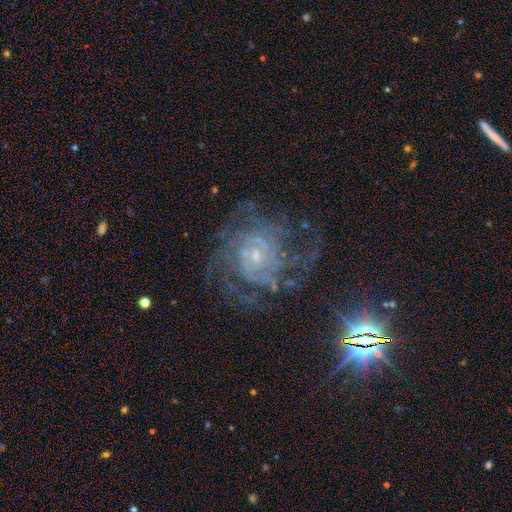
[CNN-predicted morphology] Smooth or featured? featured or disk (81%)
Edge-on disk? no (97%)
Bar? no (62%)
Spiral arms? yes (92%)
Spiral winding? tight (59%)
Spiral arm count? can't tell (40%)
Bulge size? small (71%)
Merging? none (65%)